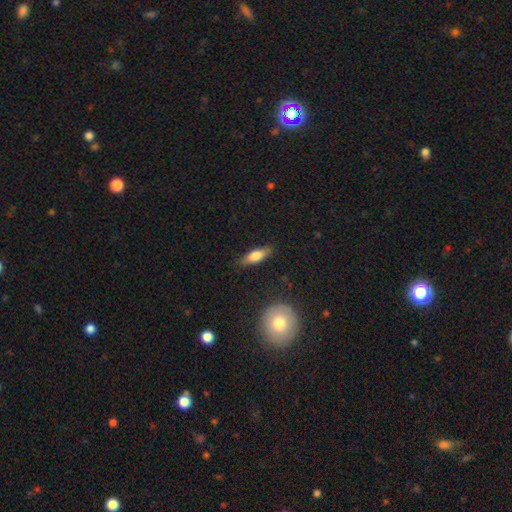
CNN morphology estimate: Smooth or featured?
  - smooth: 72% *
  - featured or disk: 22%
  - star or artifact: 6%
How rounded?
  - in between: 56% *
  - cigar-shaped: 41%
  - round: 3%
Merging?
  - none: 82% *
  - minor disturbance: 13%
  - major disturbance: 3%
  - merger: 2%